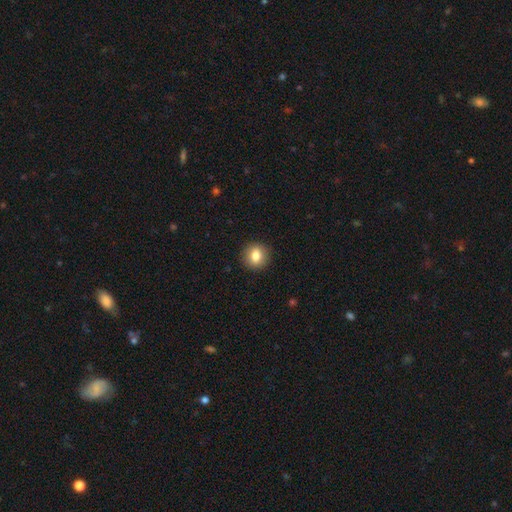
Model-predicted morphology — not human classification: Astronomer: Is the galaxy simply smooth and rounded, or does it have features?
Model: smooth — 82%.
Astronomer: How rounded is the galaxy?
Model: round — 78%.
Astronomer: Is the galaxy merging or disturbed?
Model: none — 90%.